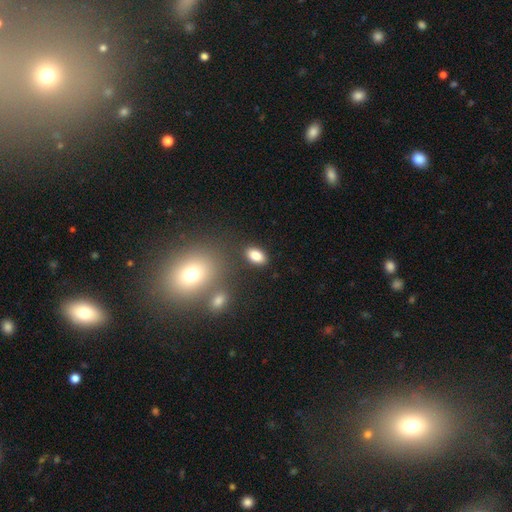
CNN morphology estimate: Overall: smooth (84%). How rounded: in between (89%). Merging: none (83%).